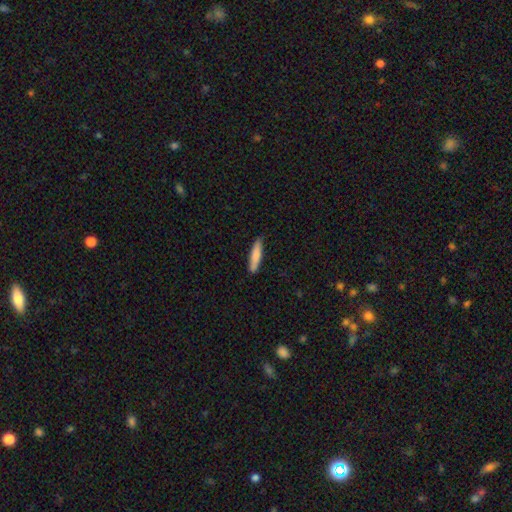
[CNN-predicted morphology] Overall: smooth (81%). How rounded: cigar-shaped (82%). Merging: none (84%).